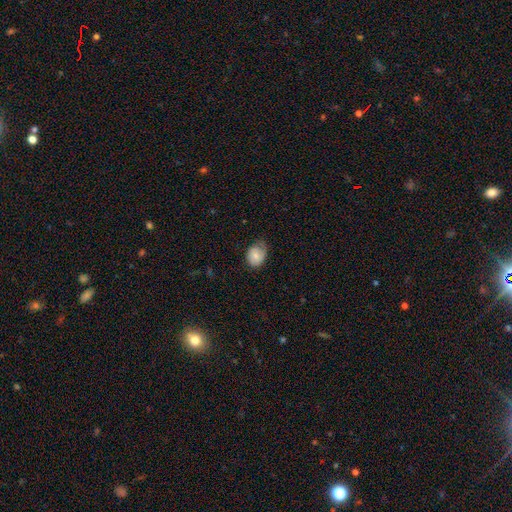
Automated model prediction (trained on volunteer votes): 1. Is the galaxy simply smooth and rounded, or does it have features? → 74% smooth, 19% featured or disk, 7% star or artifact.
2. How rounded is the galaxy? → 57% in between, 42% round, 1% cigar-shaped.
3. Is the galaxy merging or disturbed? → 52% none, 35% minor disturbance, 12% major disturbance, 1% merger.